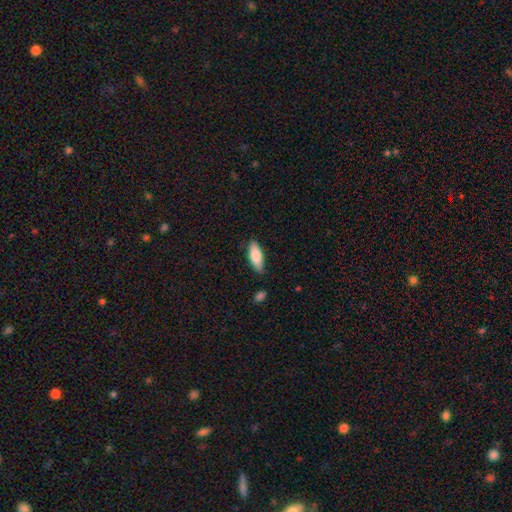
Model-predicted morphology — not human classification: Smooth or featured? smooth (82%)
How rounded? in between (68%)
Merging? none (79%)